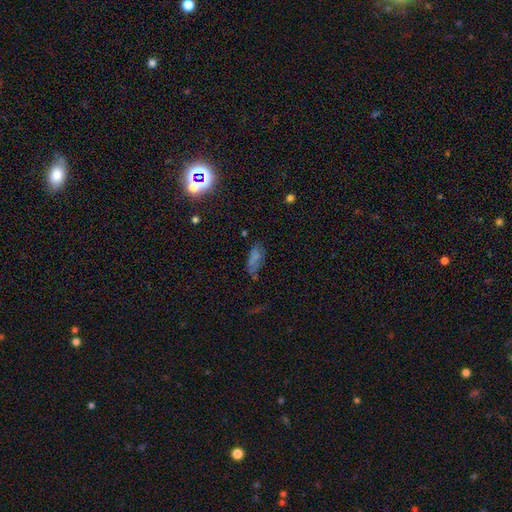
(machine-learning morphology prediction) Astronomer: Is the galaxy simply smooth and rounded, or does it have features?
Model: smooth — 43% (runner-up: star or artifact, 35%).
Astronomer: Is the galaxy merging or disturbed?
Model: none — 55%.